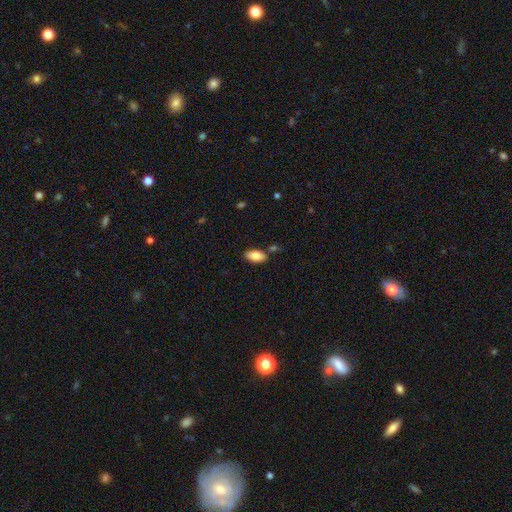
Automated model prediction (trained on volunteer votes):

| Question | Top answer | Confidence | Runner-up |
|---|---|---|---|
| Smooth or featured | smooth | 84% | featured or disk (9%) |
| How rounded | in between | 92% | cigar-shaped (5%) |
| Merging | none | 79% | minor disturbance (12%) |